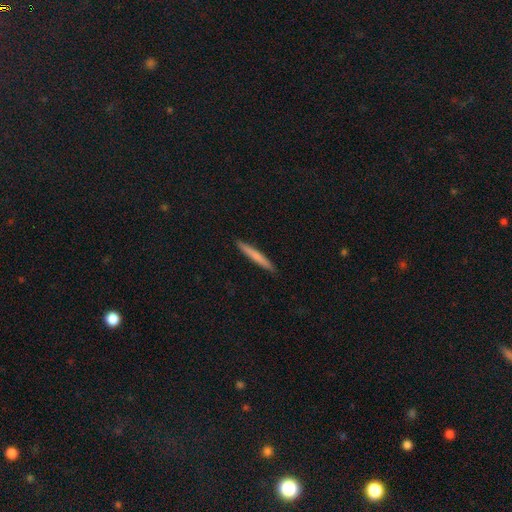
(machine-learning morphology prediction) smooth 69%, featured or disk 26%, star or artifact 5%. Down the decision tree: how rounded — cigar-shaped (97%); merging — none (92%).